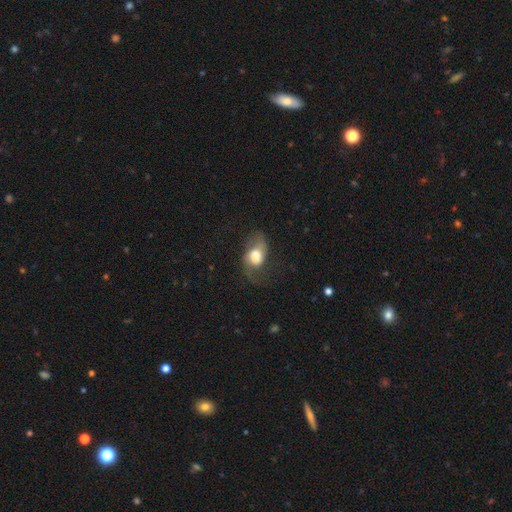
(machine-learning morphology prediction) A featured or disk galaxy (46%, tied with smooth). Merging: none (42%).